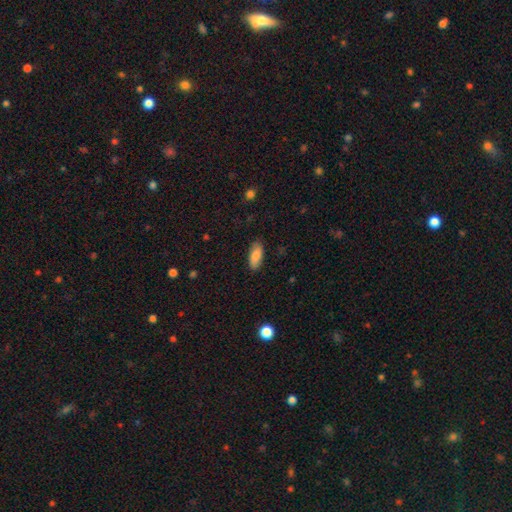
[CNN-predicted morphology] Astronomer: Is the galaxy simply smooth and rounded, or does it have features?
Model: smooth — 85%.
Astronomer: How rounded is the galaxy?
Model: in between — 81%.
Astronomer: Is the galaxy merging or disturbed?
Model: none — 84%.